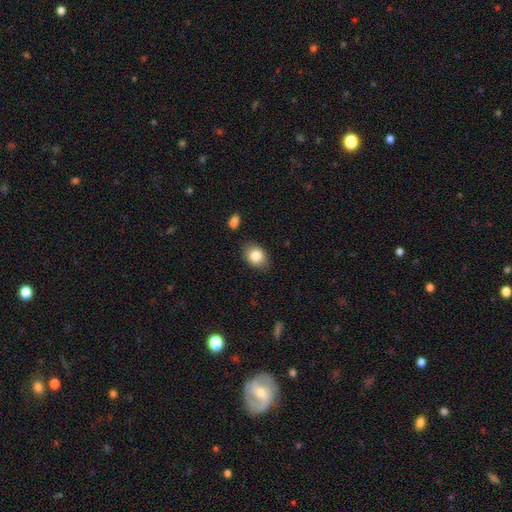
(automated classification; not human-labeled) Smooth or featured?
  - smooth: 84% *
  - star or artifact: 8%
  - featured or disk: 8%
How rounded?
  - in between: 67% *
  - round: 32%
  - cigar-shaped: 1%
Merging?
  - none: 83% *
  - minor disturbance: 13%
  - major disturbance: 3%
  - merger: 2%